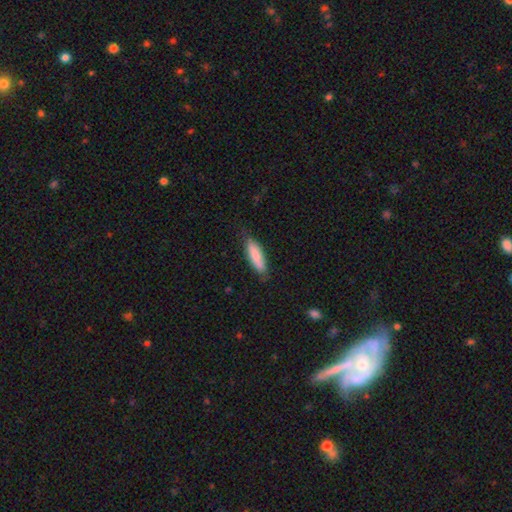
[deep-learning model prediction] This is clearly a smooth galaxy (82%). How rounded: likely cigar-shaped (60%). Merging: likely none (77%).